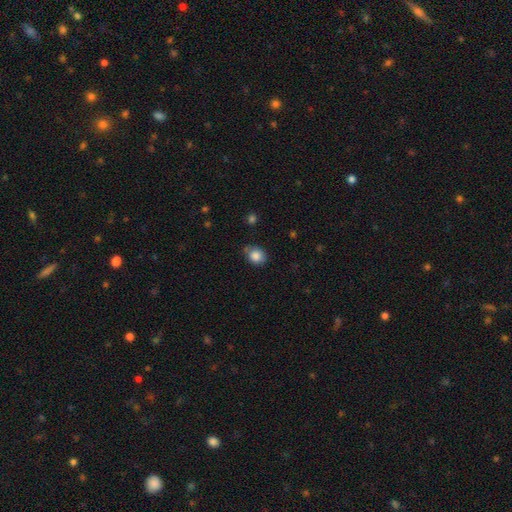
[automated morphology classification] type=smooth (85%); roundness=round (60%); merging=none (70%).